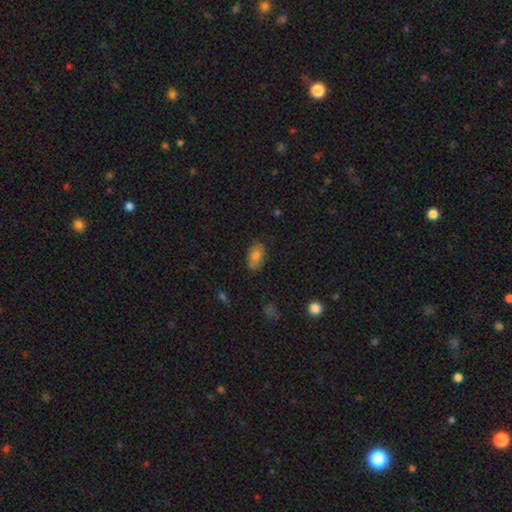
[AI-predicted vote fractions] smooth-or-featured: smooth: 77% | featured or disk: 14% | star or artifact: 9%
  how-rounded: in between: 91% | round: 7% | cigar-shaped: 2%
  merging: none: 76% | minor disturbance: 18% | major disturbance: 3% | merger: 3%